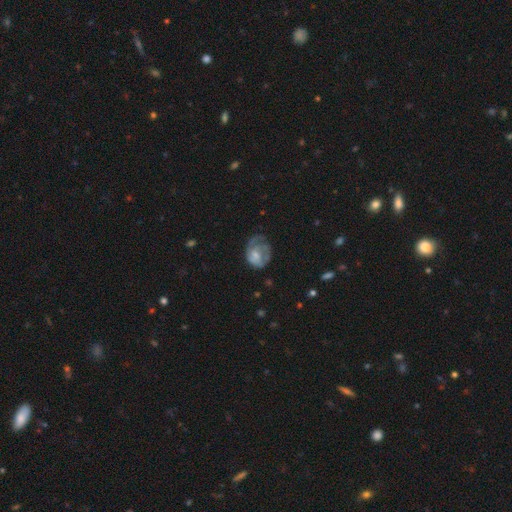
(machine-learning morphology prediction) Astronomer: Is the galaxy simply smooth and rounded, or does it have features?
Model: featured or disk — 46%, tied with smooth at 46%.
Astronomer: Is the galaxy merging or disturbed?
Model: major disturbance — 35% (runner-up: none, 34%).